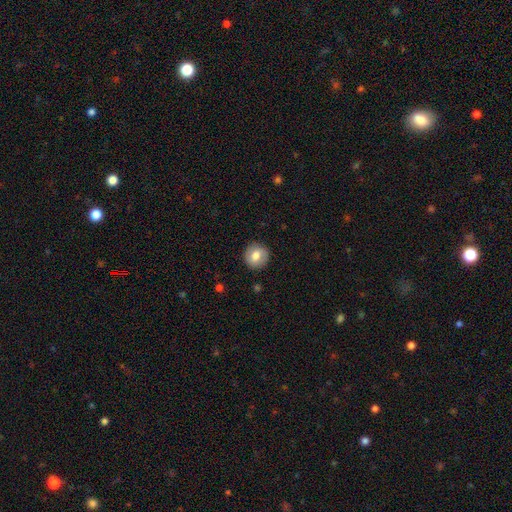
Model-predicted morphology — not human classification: smooth_or_featured: smooth (p=0.73) [alt: featured or disk p=0.20]
how_rounded: round (p=0.92) [alt: in between p=0.07]
merging: none (p=0.89) [alt: minor disturbance p=0.08]